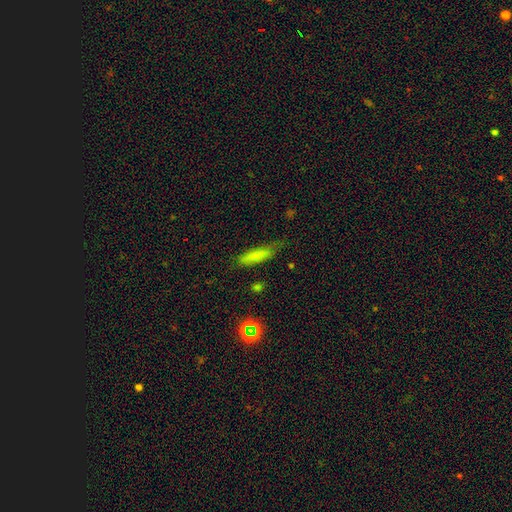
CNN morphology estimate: This is likely a smooth galaxy (76%). How rounded: likely cigar-shaped (72%). Merging: likely none (67%).